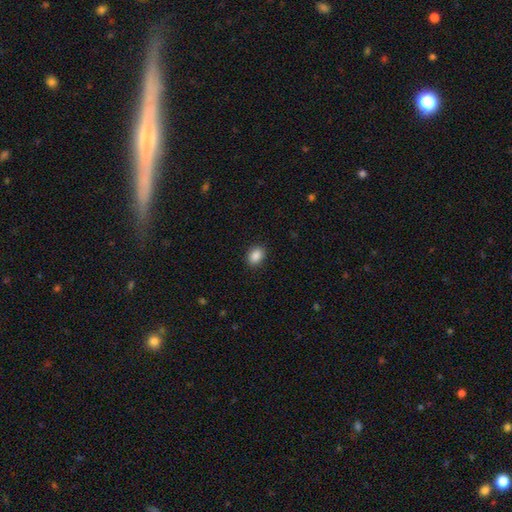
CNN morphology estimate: The model was most divided on "how rounded": in between: 68%, round: 31%, cigar-shaped: 1%. More confident: merging — none (90%); smooth or featured — smooth (88%).